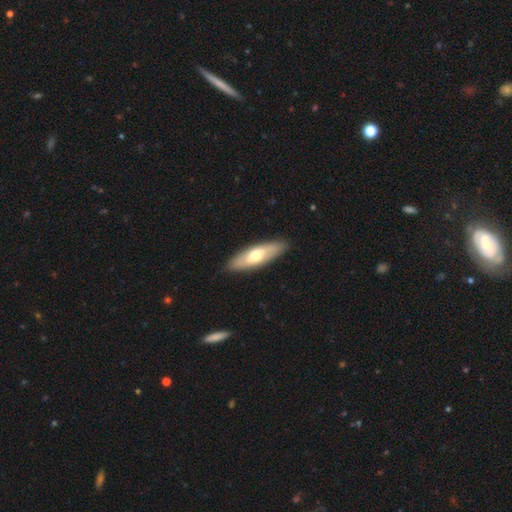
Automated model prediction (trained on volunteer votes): smooth 56%, featured or disk 39%, star or artifact 5%. Down the decision tree: how rounded — cigar-shaped (51%); merging — none (89%).